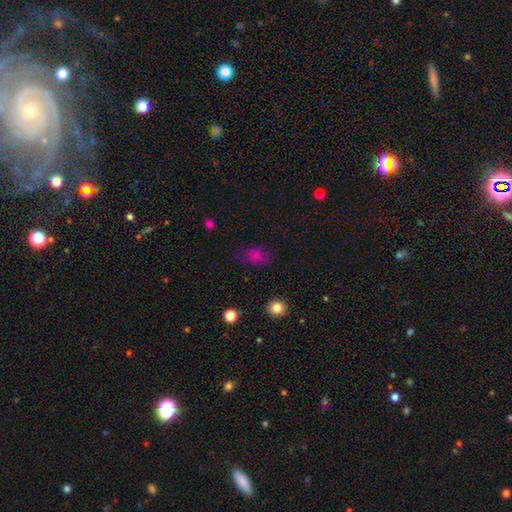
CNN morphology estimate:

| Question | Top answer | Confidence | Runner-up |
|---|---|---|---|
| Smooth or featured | smooth | 79% | star or artifact (15%) |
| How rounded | in between | 68% | round (30%) |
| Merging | none | 72% | minor disturbance (20%) |